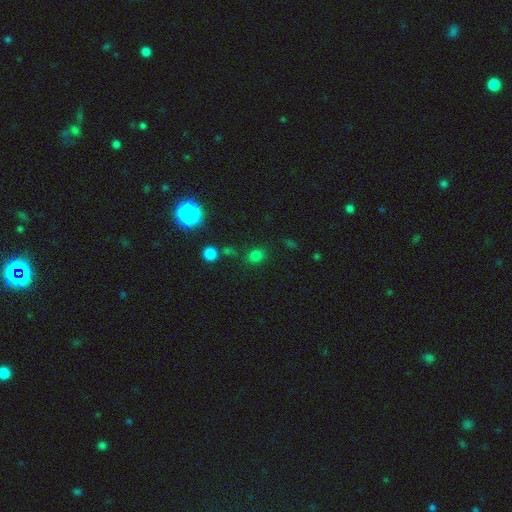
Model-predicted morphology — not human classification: Smooth or featured? Predicted: smooth (p=0.73). How rounded? Predicted: round (p=0.65). Merging? Predicted: none (p=0.77).